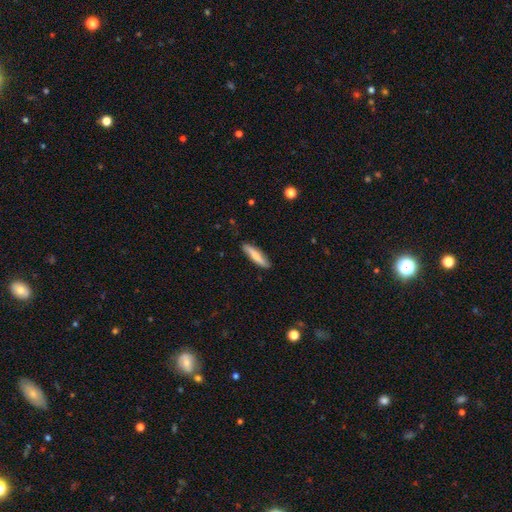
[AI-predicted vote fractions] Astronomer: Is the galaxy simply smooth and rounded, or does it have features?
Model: smooth — 70%.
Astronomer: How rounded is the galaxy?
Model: cigar-shaped — 82%.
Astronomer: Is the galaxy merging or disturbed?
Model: none — 85%.